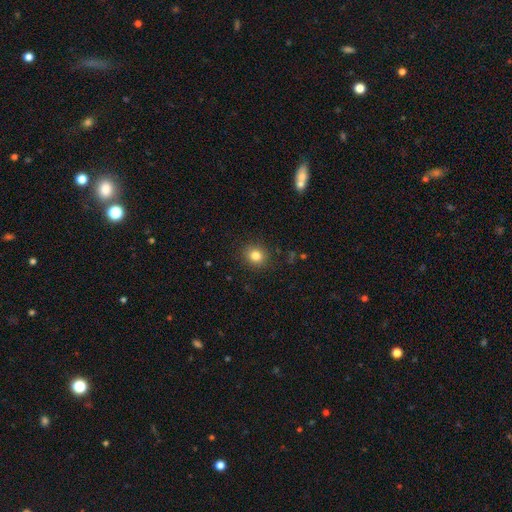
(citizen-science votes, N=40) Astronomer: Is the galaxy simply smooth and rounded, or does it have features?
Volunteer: smooth — 85%.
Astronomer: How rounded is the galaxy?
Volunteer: round — 94%.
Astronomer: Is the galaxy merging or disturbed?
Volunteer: none — 89%.